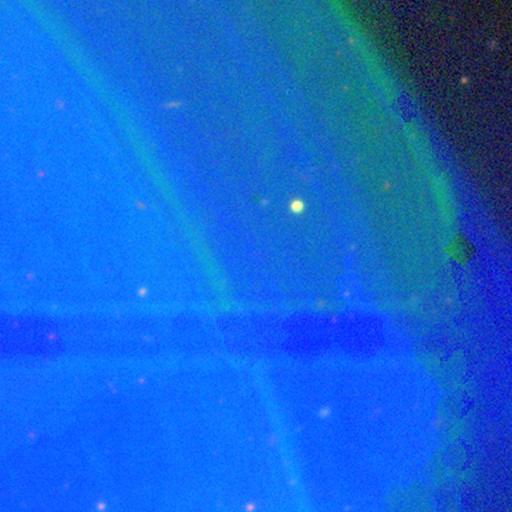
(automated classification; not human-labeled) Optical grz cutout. It shows a star or artifact, not a galaxy (82%).